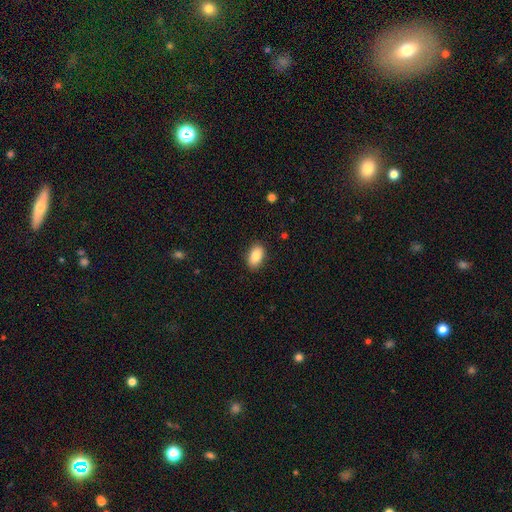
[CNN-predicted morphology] The model was most divided on "smooth or featured": smooth: 85%, featured or disk: 7%, star or artifact: 7%. More confident: how rounded — in between (92%); merging — none (88%).